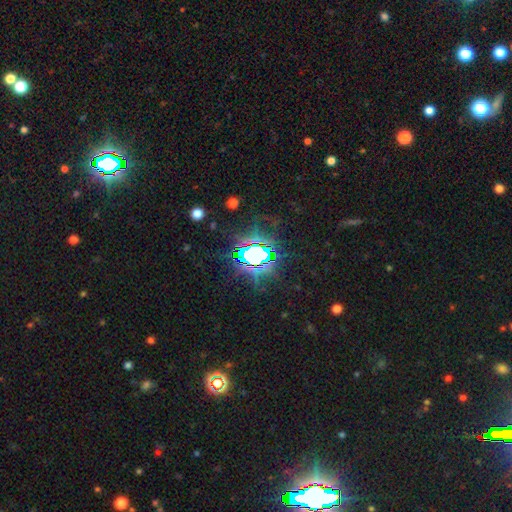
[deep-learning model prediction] A star or artifact, not a galaxy (76%).

Vote fractions:
- Smooth or featured? star or artifact: 76% / smooth: 13% / featured or disk: 11%